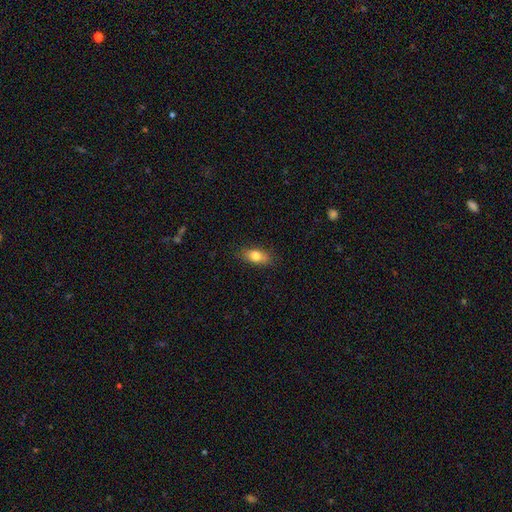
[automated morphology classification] Overall: smooth (78%). How rounded: in between (82%). Merging: none (82%).